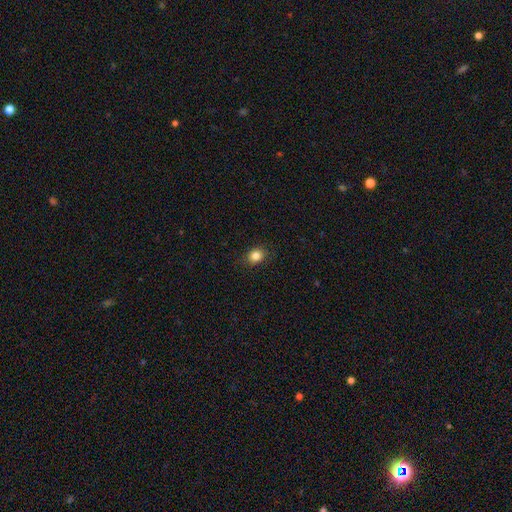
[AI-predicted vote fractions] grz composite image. It shows a smooth galaxy with no disk features (84%) that is round (54%). Merging: none (87%).